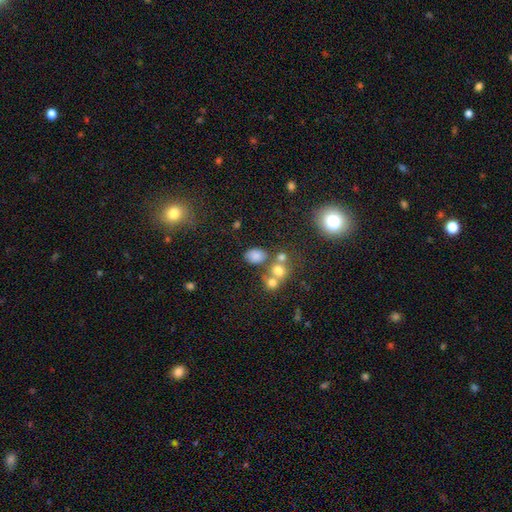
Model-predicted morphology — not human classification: A smooth galaxy with no disk features (76%) that is in between round and cigar-shaped (70%).

Vote fractions:
- Smooth or featured? smooth: 76% / star or artifact: 15% / featured or disk: 9%
- How rounded? in between: 70% / round: 29% / cigar-shaped: 1%
- Merging? none: 59% / merger: 21% / minor disturbance: 14% / major disturbance: 6%